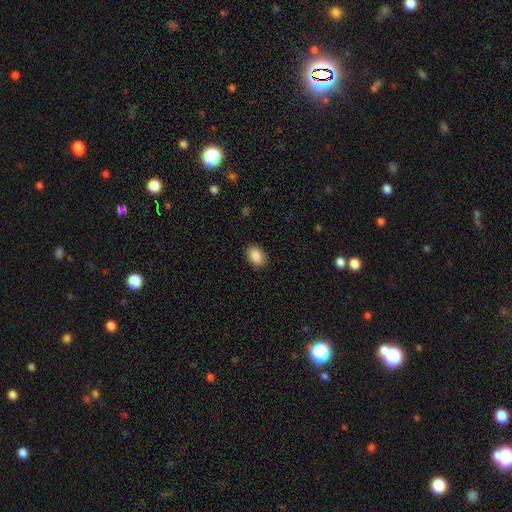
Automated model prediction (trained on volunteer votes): Smooth or featured?
  - smooth: 88% *
  - star or artifact: 7%
  - featured or disk: 4%
How rounded?
  - in between: 81% *
  - round: 18%
  - cigar-shaped: 1%
Merging?
  - none: 88% *
  - minor disturbance: 8%
  - major disturbance: 2%
  - merger: 1%